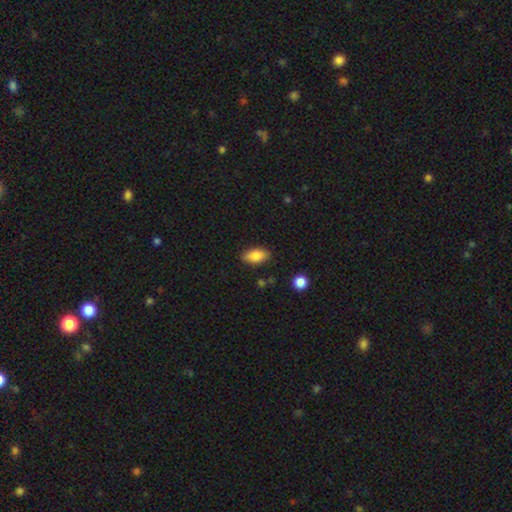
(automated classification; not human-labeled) Morphology: type=smooth (84%); roundness=in between (90%); merging=none (85%).